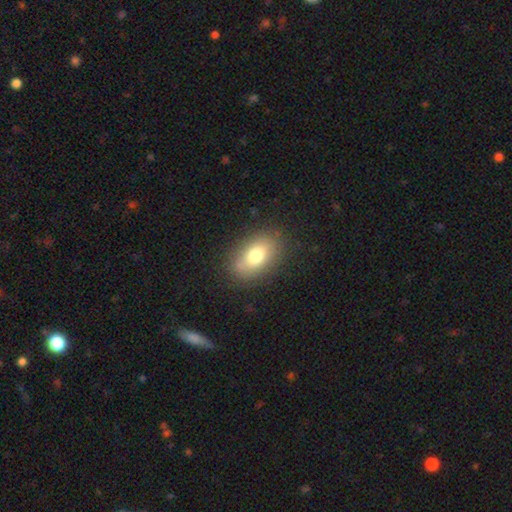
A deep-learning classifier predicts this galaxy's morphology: A smooth galaxy with no disk features (74%) that is in between round and cigar-shaped (86%). Merging: none (81%).